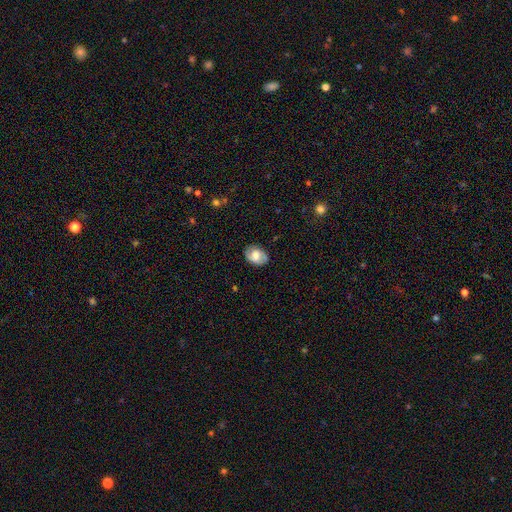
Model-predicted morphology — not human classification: Overall: smooth (48%; featured or disk 44%). Merging: none (82%).